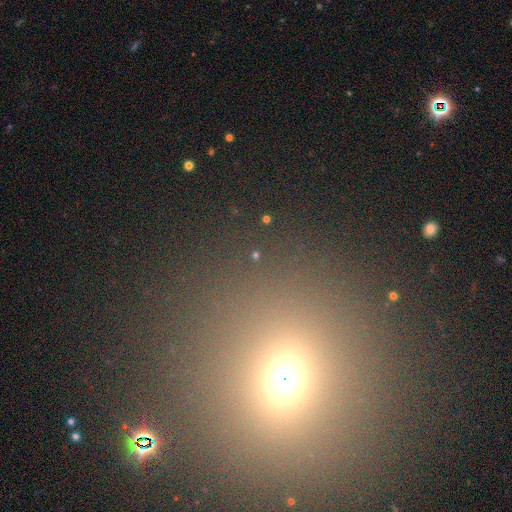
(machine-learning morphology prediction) smooth-or-featured: star or artifact: 54% | smooth: 37% | featured or disk: 9%